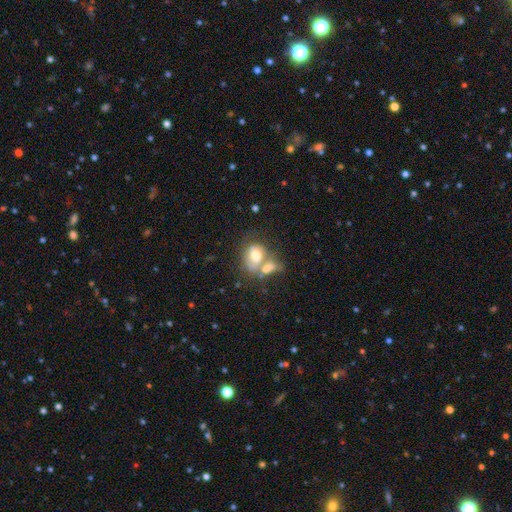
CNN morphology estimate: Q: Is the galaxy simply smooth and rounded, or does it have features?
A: smooth — 64%.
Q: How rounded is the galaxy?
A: in between — 68%.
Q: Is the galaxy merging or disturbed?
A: merger — 56%.